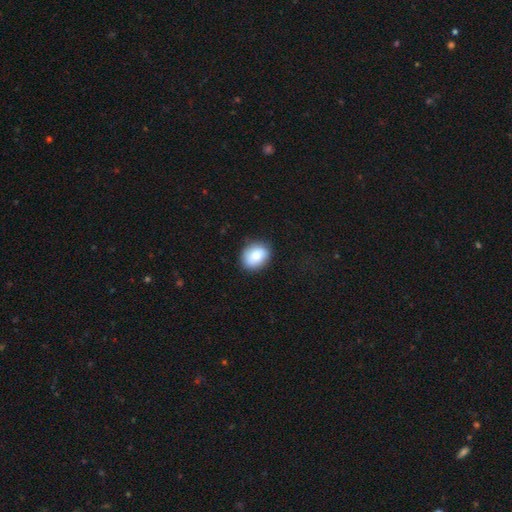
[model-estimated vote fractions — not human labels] Morphology: type=smooth (84%); roundness=in between (53%); merging=none (83%).